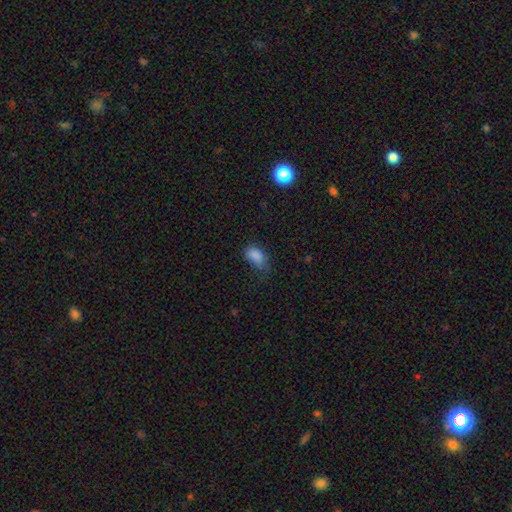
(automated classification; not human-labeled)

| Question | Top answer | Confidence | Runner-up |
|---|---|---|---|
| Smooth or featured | smooth | 84% | star or artifact (11%) |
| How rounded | in between | 90% | round (8%) |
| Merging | none | 43% | minor disturbance (37%) |